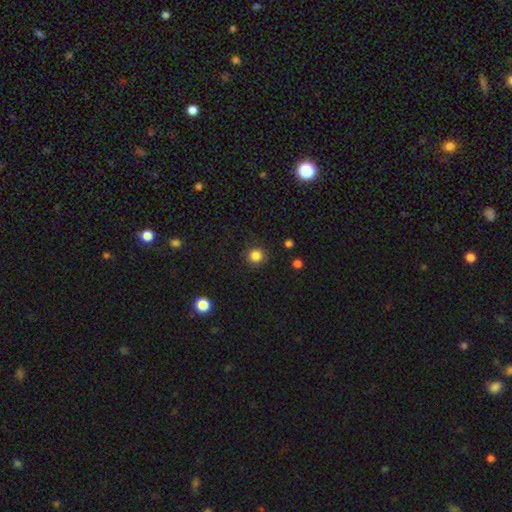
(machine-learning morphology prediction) The model was most divided on "smooth or featured": smooth: 84%, star or artifact: 12%, featured or disk: 4%. More confident: how rounded — round (94%); merging — none (90%).